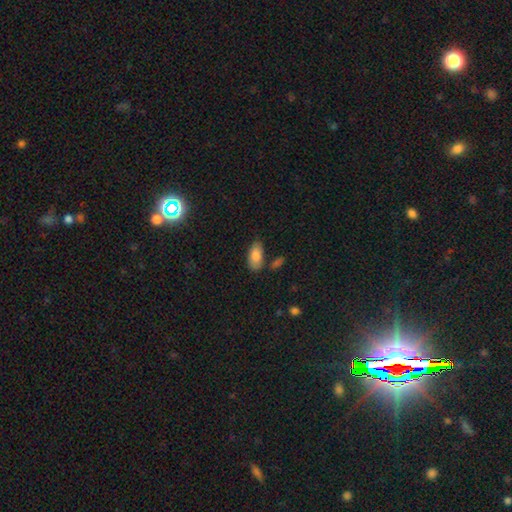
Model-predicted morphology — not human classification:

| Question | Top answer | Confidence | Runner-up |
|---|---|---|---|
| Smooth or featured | smooth | 84% | featured or disk (9%) |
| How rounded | in between | 92% | cigar-shaped (6%) |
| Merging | none | 70% | minor disturbance (18%) |